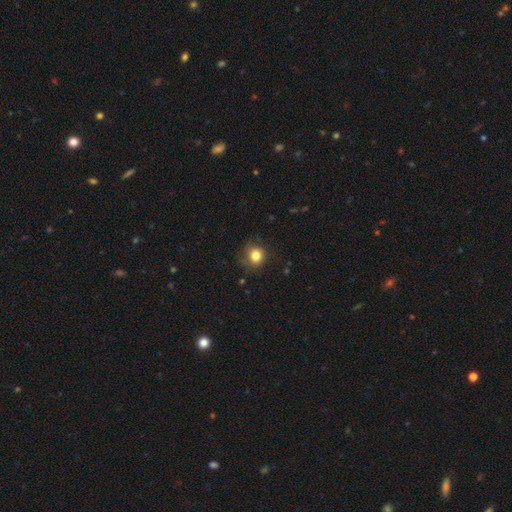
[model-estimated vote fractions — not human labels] Overall: smooth (81%). How rounded: round (86%). Merging: none (76%).